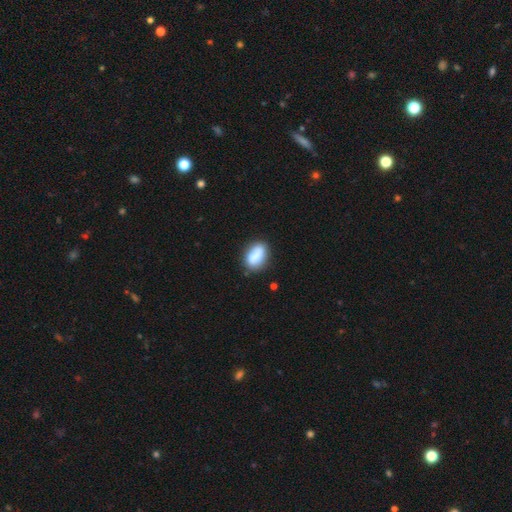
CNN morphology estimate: This appears to be a smooth galaxy with no disk features (83%) that is in between round and cigar-shaped (87%). Merging: none (74%).